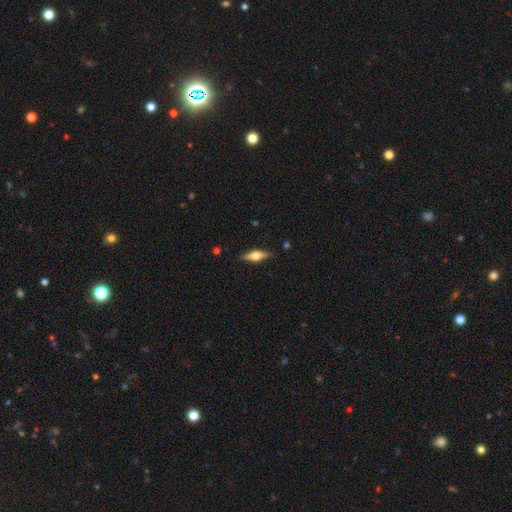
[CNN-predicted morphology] Q: Smooth or featured?
A: featured or disk (61%); runner-up: smooth (32%)
Q: Edge-on disk?
A: yes (95%); runner-up: no (5%)
Q: Edge-on bulge?
A: rounded (93%); runner-up: boxy (6%)
Q: Merging?
A: none (88%); runner-up: minor disturbance (9%)